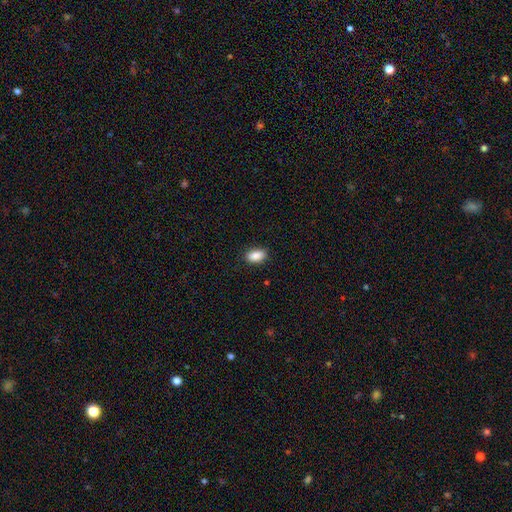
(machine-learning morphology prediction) This appears to be a smooth galaxy with no disk features (88%) that is in between round and cigar-shaped (90%). Merging: none (88%).